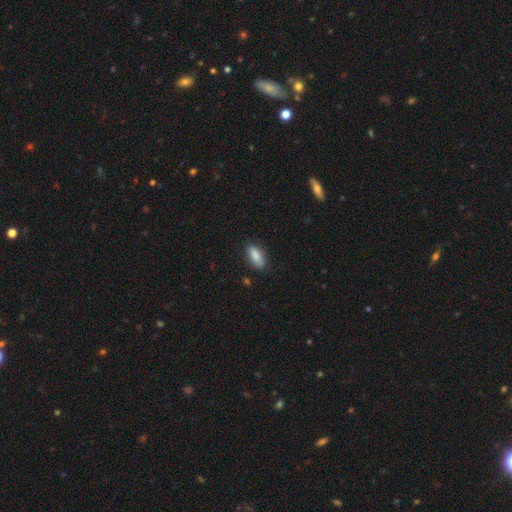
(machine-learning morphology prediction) A smooth galaxy with no disk features (83%) that is in between round and cigar-shaped (75%).

Vote fractions:
- Smooth or featured? smooth: 83% / featured or disk: 10% / star or artifact: 6%
- How rounded? in between: 75% / cigar-shaped: 22% / round: 3%
- Merging? none: 84% / minor disturbance: 12% / major disturbance: 2% / merger: 1%